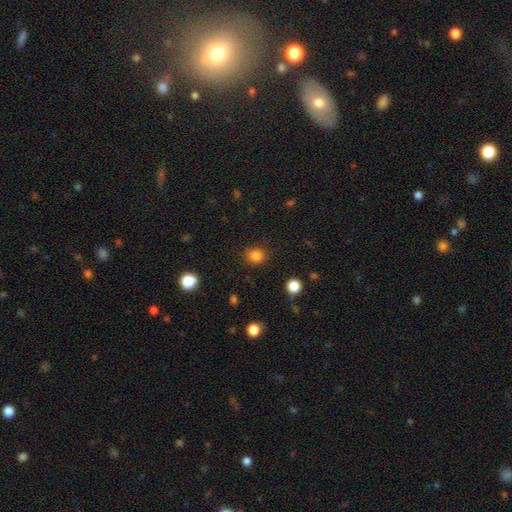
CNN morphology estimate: This appears to be a smooth galaxy with no disk features (83%) that is round (81%). Merging: none (86%).